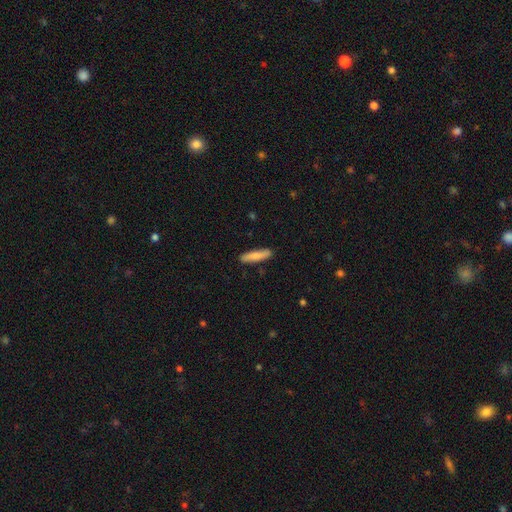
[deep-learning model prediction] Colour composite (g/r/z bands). It shows a smooth galaxy with no disk features (78%) that is cigar-shaped (80%). Merging: none (89%).